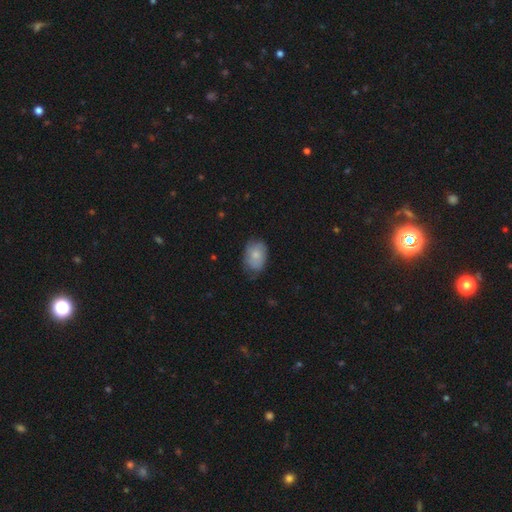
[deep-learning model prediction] Q: Smooth or featured?
A: smooth (74%); runner-up: featured or disk (20%)
Q: How rounded?
A: in between (80%); runner-up: round (19%)
Q: Merging?
A: none (60%); runner-up: minor disturbance (31%)